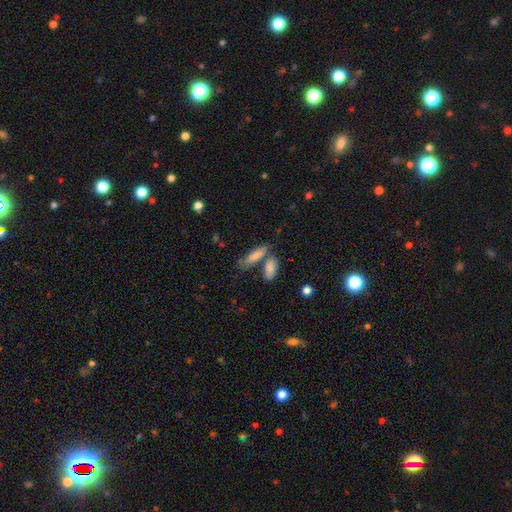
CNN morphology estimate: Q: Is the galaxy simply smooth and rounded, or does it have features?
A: smooth — 81%.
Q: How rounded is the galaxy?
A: cigar-shaped — 50%.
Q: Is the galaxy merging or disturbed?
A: none — 58%.